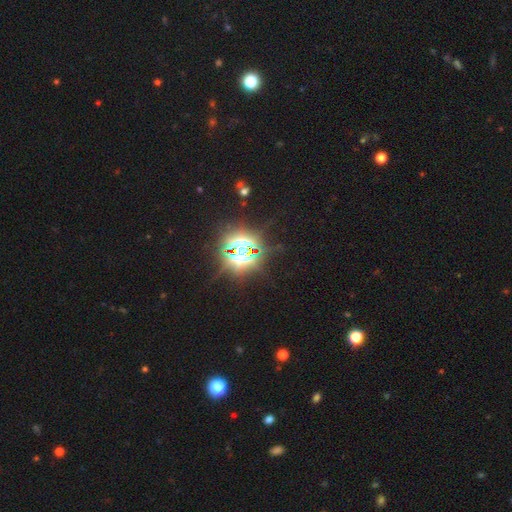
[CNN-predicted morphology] This appears to be a star or artifact, not a galaxy (80%).